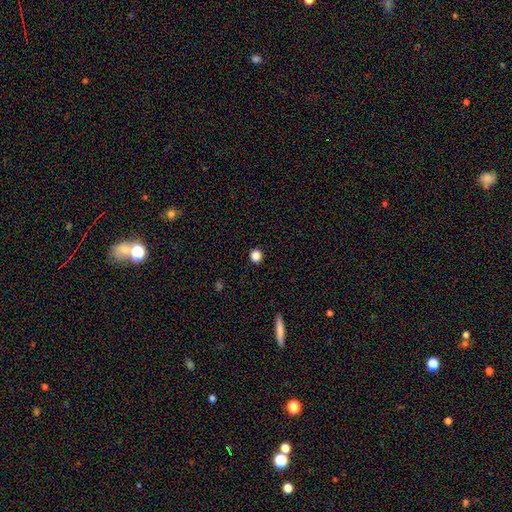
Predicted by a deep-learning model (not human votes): A smooth galaxy with no disk features (85%) that is round (91%). Merging: none (93%).